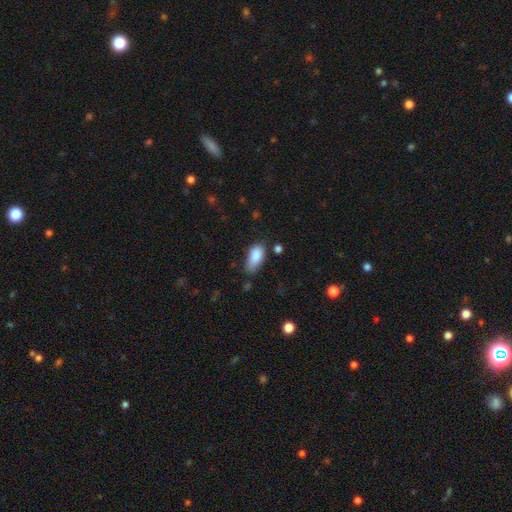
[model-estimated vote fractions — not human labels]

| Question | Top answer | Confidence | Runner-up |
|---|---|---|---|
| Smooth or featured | smooth | 85% | star or artifact (8%) |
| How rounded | in between | 90% | cigar-shaped (6%) |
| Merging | none | 44% | minor disturbance (39%) |